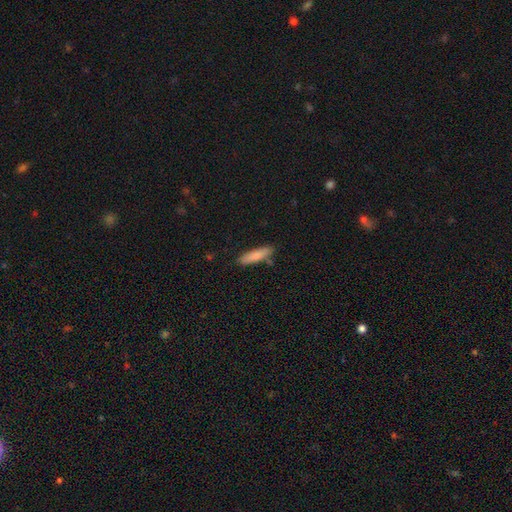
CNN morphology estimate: Smooth or featured?
  - smooth: 81% *
  - featured or disk: 13%
  - star or artifact: 6%
How rounded?
  - cigar-shaped: 73% *
  - in between: 26%
  - round: 2%
Merging?
  - none: 82% *
  - minor disturbance: 12%
  - merger: 4%
  - major disturbance: 2%